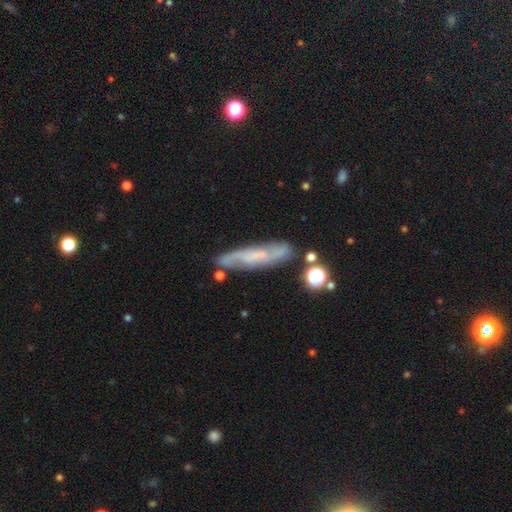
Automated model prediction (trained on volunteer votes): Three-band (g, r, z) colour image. It shows a featured or disk galaxy (62%). Merging: none (74%).